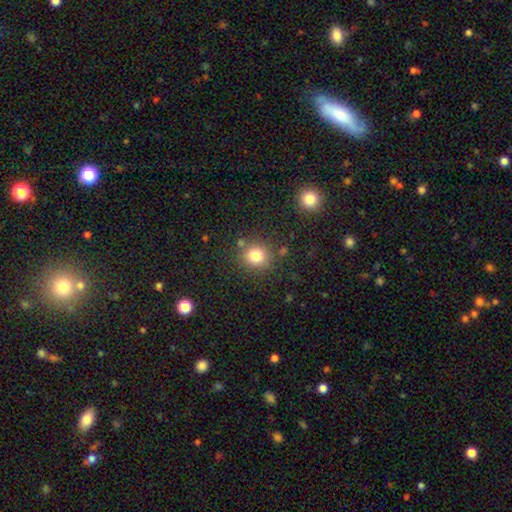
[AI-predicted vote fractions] Smooth or featured?
  - smooth: 80% *
  - star or artifact: 13%
  - featured or disk: 7%
How rounded?
  - round: 86% *
  - in between: 13%
  - cigar-shaped: 1%
Merging?
  - none: 80% *
  - minor disturbance: 10%
  - merger: 6%
  - major disturbance: 4%